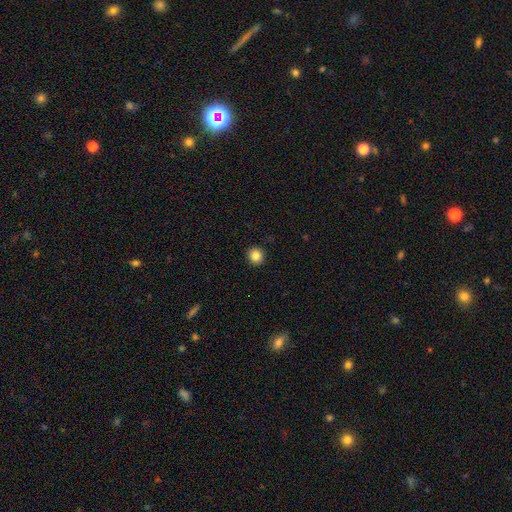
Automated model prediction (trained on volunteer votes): This appears to be a smooth galaxy with no disk features (85%) that is round (90%). Merging: none (93%).